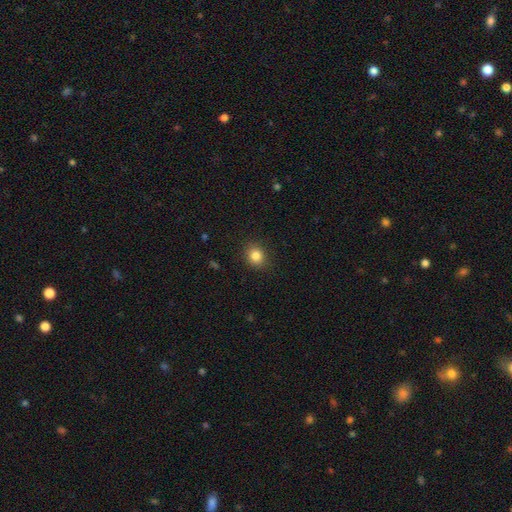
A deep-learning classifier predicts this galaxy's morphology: This appears to be a smooth galaxy with no disk features (84%) that is round (75%). Merging: none (88%).